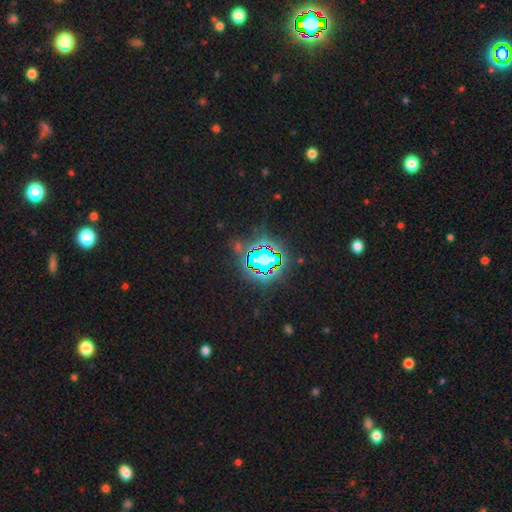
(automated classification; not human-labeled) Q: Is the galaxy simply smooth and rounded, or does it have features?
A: star or artifact — 80%.